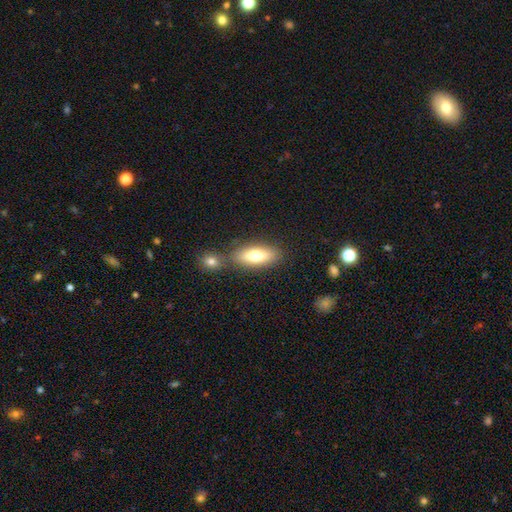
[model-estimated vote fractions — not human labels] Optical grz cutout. It shows a smooth galaxy with no disk features (73%) that is in between round and cigar-shaped (77%). Merging: none (68%).